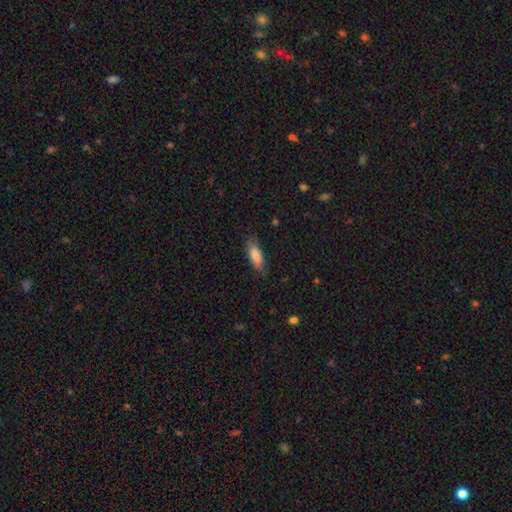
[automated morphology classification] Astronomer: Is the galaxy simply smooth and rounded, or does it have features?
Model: smooth — 84%.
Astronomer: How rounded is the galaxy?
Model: in between — 67%.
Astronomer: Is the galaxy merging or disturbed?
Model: none — 78%.